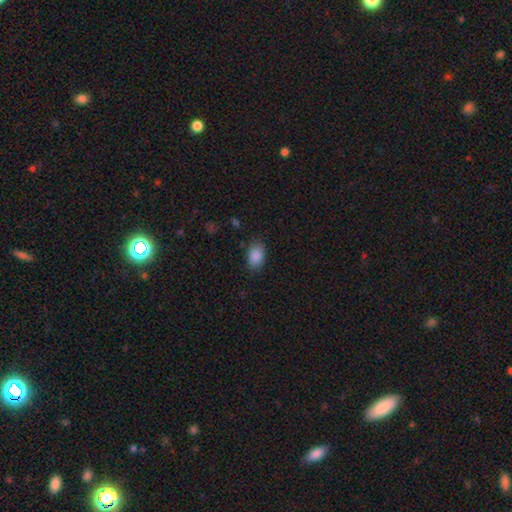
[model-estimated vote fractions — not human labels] This appears to be a smooth galaxy with no disk features (88%) that is in between round and cigar-shaped (87%). Merging: none (80%).